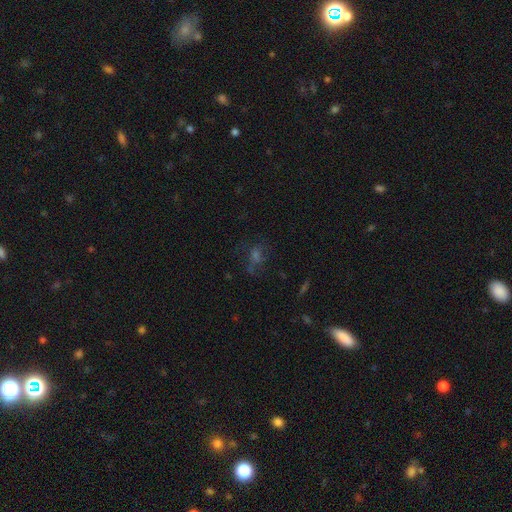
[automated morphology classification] smooth-or-featured: star or artifact: 38% | smooth: 32% | featured or disk: 30%